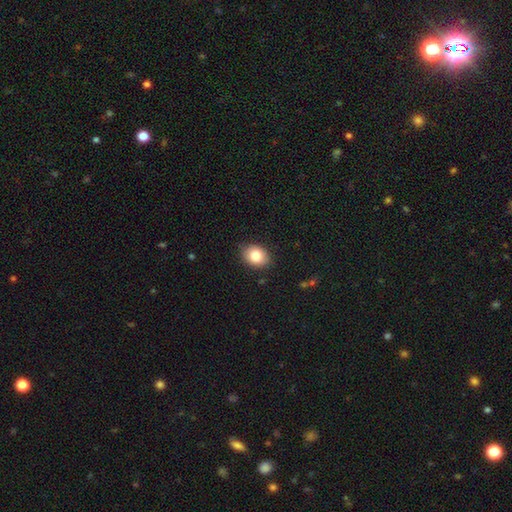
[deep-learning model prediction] Morphology: type=smooth (84%); roundness=in between (62%); merging=none (85%).